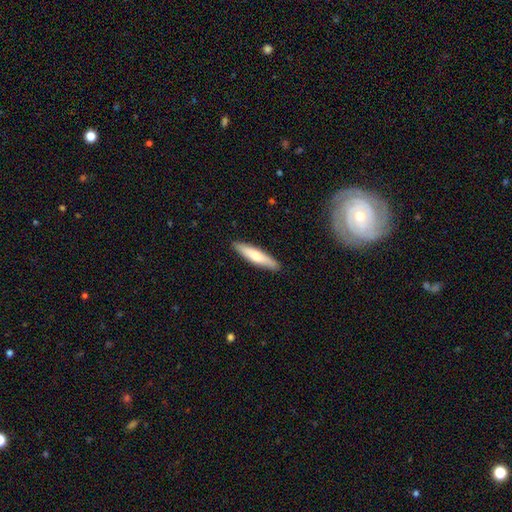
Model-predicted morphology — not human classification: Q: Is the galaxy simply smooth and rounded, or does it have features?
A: smooth — 65%.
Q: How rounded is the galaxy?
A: cigar-shaped — 82%.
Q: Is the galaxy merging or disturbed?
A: none — 90%.